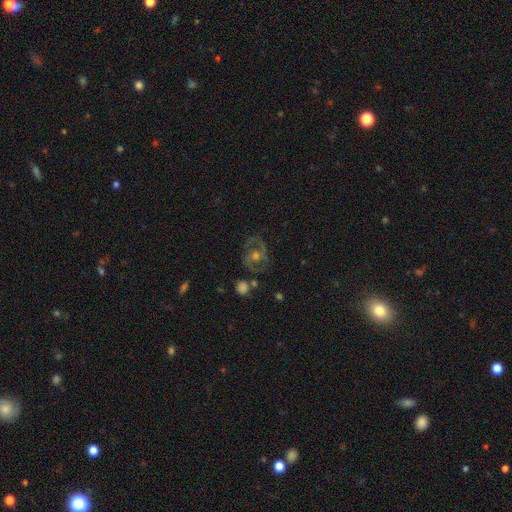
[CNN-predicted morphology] Q: Smooth or featured?
A: featured or disk (74%); runner-up: smooth (14%)
Q: Edge-on disk?
A: no (97%); runner-up: yes (3%)
Q: Bar?
A: no (62%); runner-up: weak (30%)
Q: Spiral arms?
A: yes (83%); runner-up: no (17%)
Q: Spiral winding?
A: medium (48%); runner-up: tight (38%)
Q: Spiral arm count?
A: 2 (70%); runner-up: can't tell (15%)
Q: Bulge size?
A: moderate (64%); runner-up: small (29%)
Q: Merging?
A: none (71%); runner-up: minor disturbance (16%)